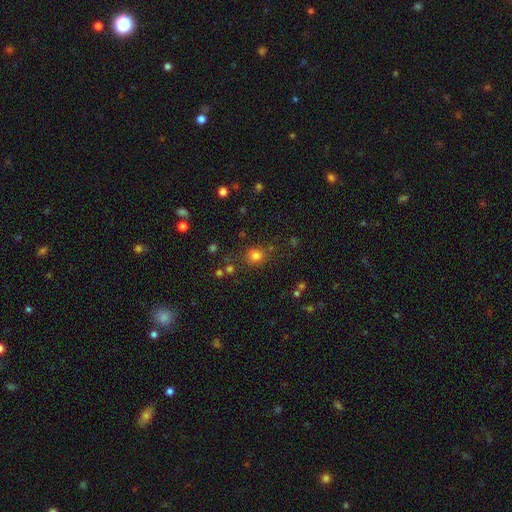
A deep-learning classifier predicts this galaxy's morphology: A smooth galaxy with no disk features (77%) that is round (83%).

Vote fractions:
- Smooth or featured? smooth: 77% / star or artifact: 17% / featured or disk: 7%
- How rounded? round: 83% / in between: 16% / cigar-shaped: 1%
- Merging? none: 78% / minor disturbance: 12% / merger: 6% / major disturbance: 5%